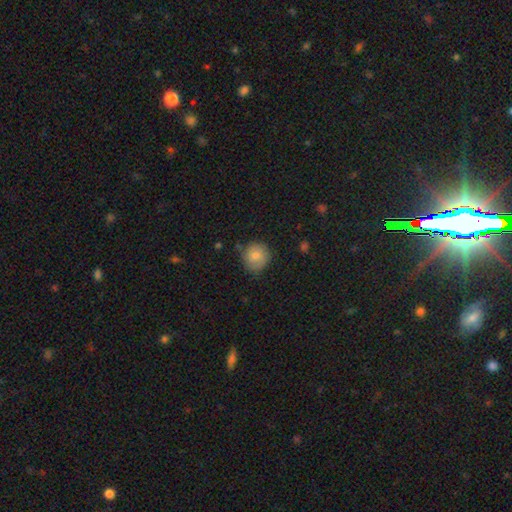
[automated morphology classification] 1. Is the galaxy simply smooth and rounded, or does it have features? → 77% smooth, 16% featured or disk, 7% star or artifact.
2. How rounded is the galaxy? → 88% round, 11% in between, 1% cigar-shaped.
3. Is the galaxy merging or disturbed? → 74% none, 20% minor disturbance, 4% major disturbance, 2% merger.